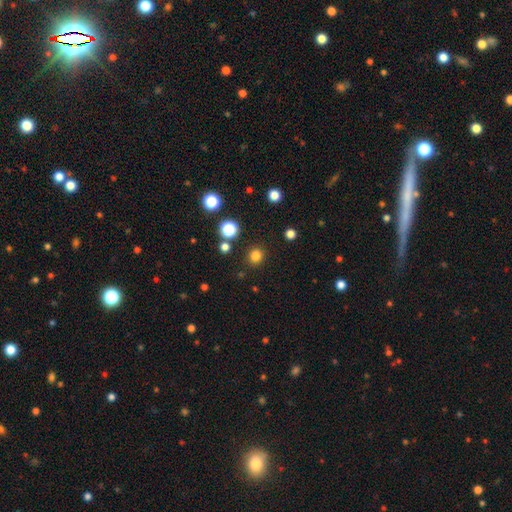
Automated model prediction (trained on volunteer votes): smooth-or-featured: smooth: 80% | star or artifact: 15% | featured or disk: 4%
  how-rounded: round: 89% | in between: 10% | cigar-shaped: 1%
  merging: none: 89% | minor disturbance: 6% | major disturbance: 2% | merger: 2%